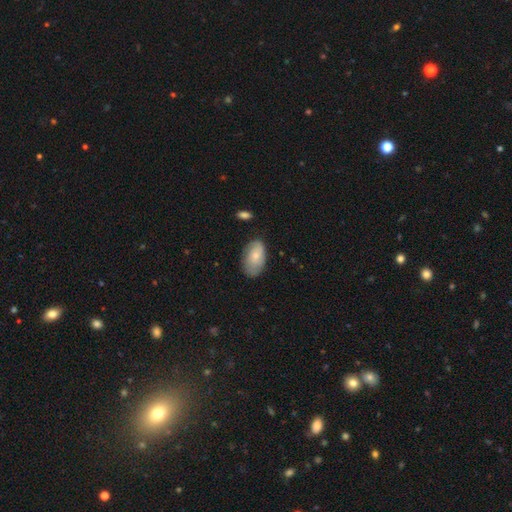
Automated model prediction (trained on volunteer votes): Q: Smooth or featured?
A: smooth (66%); runner-up: featured or disk (28%)
Q: How rounded?
A: in between (93%); runner-up: round (6%)
Q: Merging?
A: none (69%); runner-up: minor disturbance (24%)